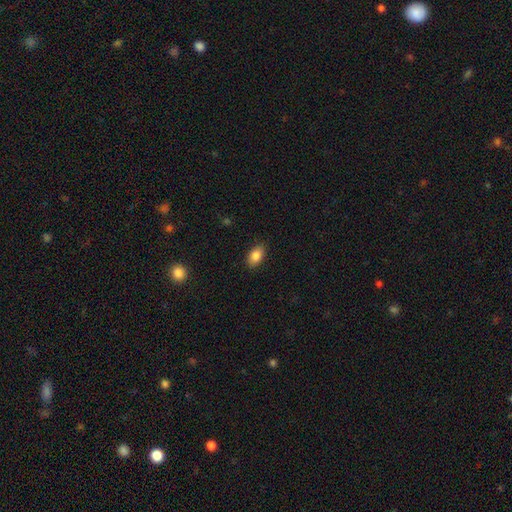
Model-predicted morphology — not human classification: smooth-or-featured: smooth: 85% | star or artifact: 8% | featured or disk: 7%
  how-rounded: in between: 90% | round: 8% | cigar-shaped: 2%
  merging: none: 88% | minor disturbance: 9% | major disturbance: 2% | merger: 1%